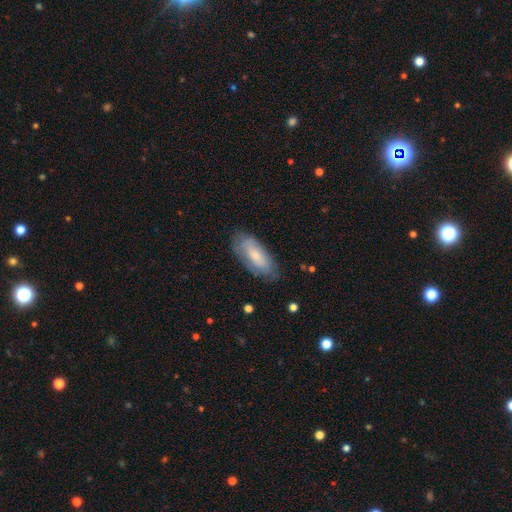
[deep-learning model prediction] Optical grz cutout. It shows a smooth galaxy with no disk features (59%) that is in between round and cigar-shaped (81%). Merging: none (76%).